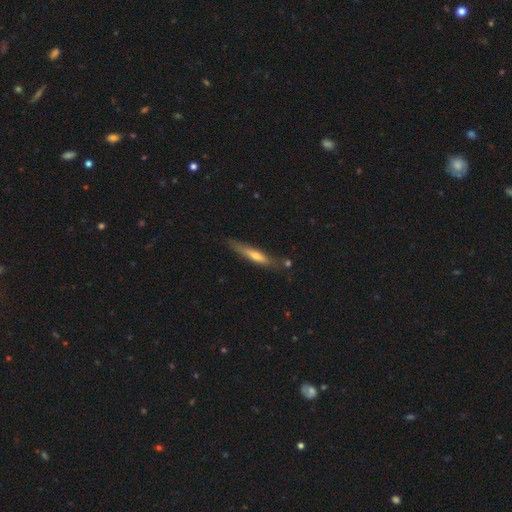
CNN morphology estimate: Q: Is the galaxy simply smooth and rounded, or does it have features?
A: featured or disk — 50%.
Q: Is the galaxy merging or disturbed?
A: none — 77%.